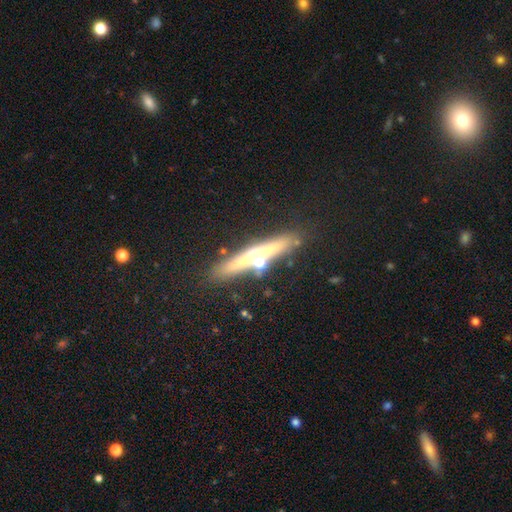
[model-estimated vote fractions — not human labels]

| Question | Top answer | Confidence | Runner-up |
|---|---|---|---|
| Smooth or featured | featured or disk | 61% | smooth (29%) |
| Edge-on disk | yes | 93% | no (7%) |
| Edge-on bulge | rounded | 80% | none (14%) |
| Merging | none | 76% | merger (10%) |